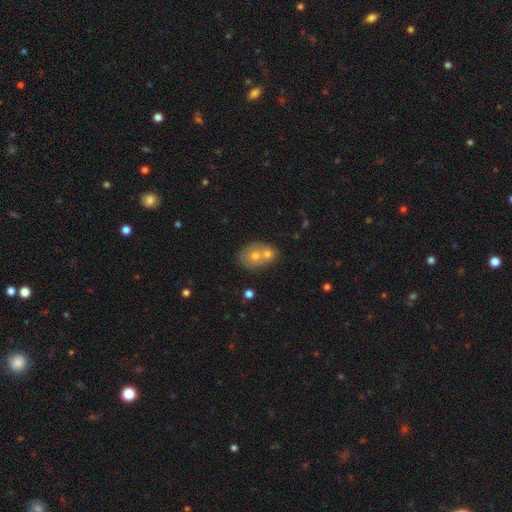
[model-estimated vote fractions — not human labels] Smooth or featured? Predicted: smooth (p=0.62). How rounded? Predicted: round (p=0.58). Merging? Predicted: merger (p=0.58).